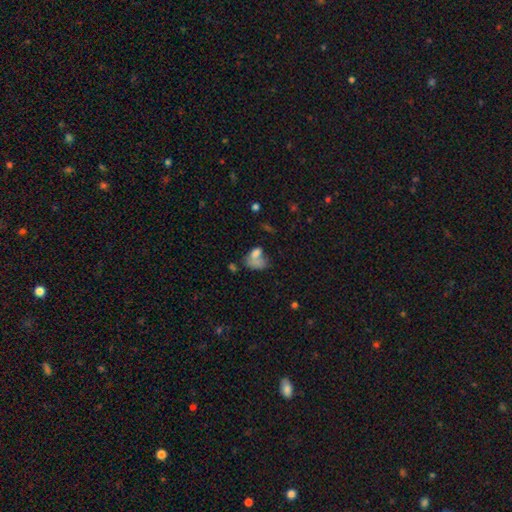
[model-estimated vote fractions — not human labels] Smooth or featured? Predicted: smooth (p=0.69). How rounded? Predicted: in between (p=0.77). Merging? Predicted: merger (p=0.37).